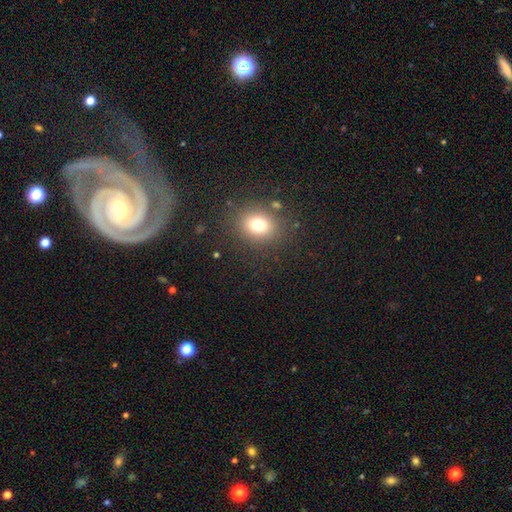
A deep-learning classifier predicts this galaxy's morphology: type=featured or disk (64%); edge-on=no (93%); bar=no (47%); spiral arms=yes (94%); winding=tight (75%); arm count=2 (53%); bulge=moderate (48%); merging=none (79%).